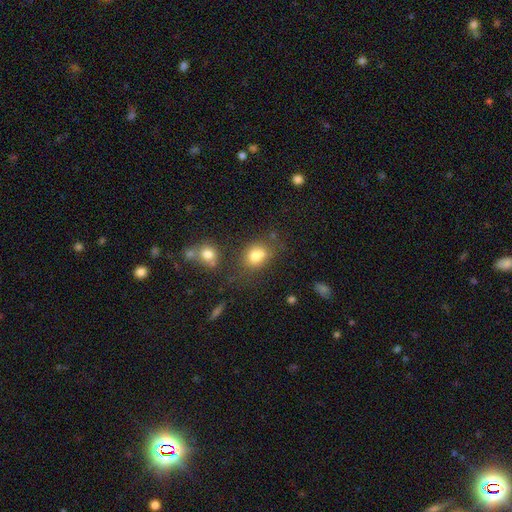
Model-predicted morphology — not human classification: A smooth galaxy with no disk features (76%) that is round (54%).

Vote fractions:
- Smooth or featured? smooth: 76% / star or artifact: 12% / featured or disk: 11%
- How rounded? round: 54% / in between: 45% / cigar-shaped: 1%
- Merging? none: 55% / merger: 21% / minor disturbance: 17% / major disturbance: 7%